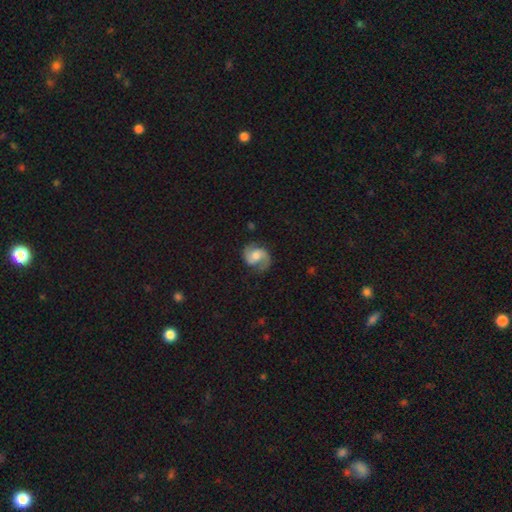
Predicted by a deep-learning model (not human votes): Smooth or featured? featured or disk (79%)
Edge-on disk? no (98%)
Bar? no (50%)
Spiral arms? yes (96%)
Spiral winding? medium (50%)
Spiral arm count? 2 (87%)
Bulge size? moderate (60%)
Merging? none (71%)